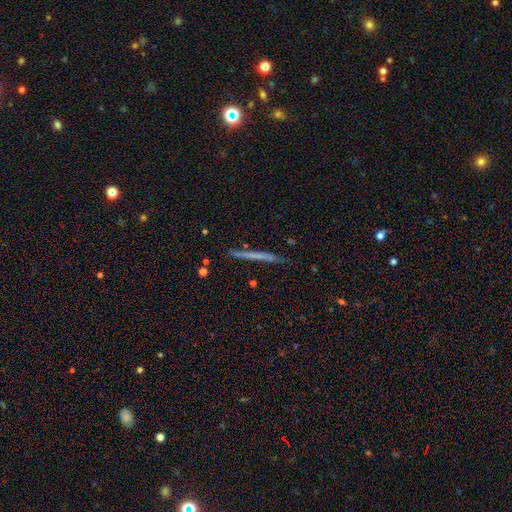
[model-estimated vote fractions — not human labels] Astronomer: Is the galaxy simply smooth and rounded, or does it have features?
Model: smooth — 47% (runner-up: featured or disk, 46%).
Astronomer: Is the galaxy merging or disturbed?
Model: none — 87%.